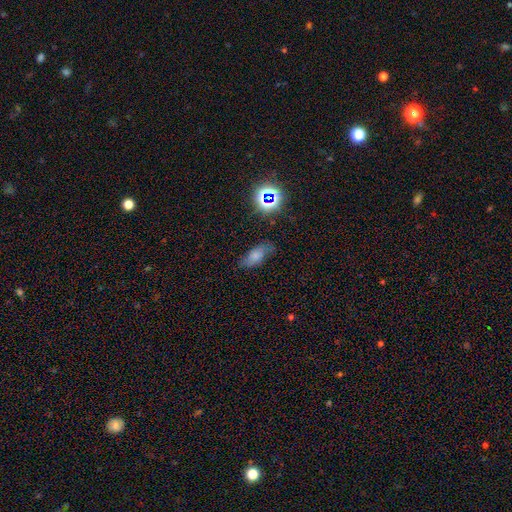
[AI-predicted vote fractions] This appears to be a smooth galaxy with no disk features (64%) that is in between round and cigar-shaped (80%). Merging: none (66%).